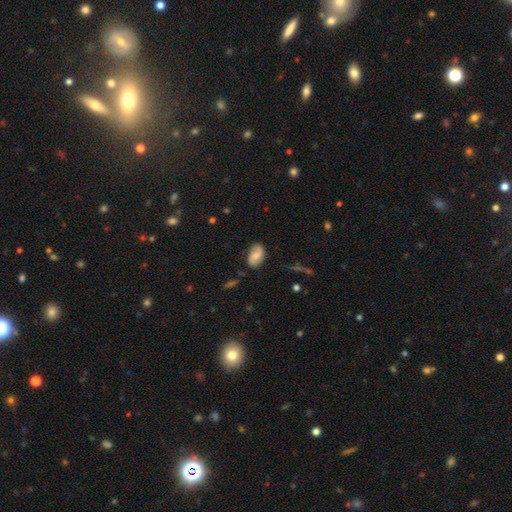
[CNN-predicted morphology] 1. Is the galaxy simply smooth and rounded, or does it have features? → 53% smooth, 40% featured or disk, 8% star or artifact.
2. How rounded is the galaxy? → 90% in between, 9% round, 2% cigar-shaped.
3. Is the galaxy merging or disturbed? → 73% none, 20% minor disturbance, 5% major disturbance, 2% merger.